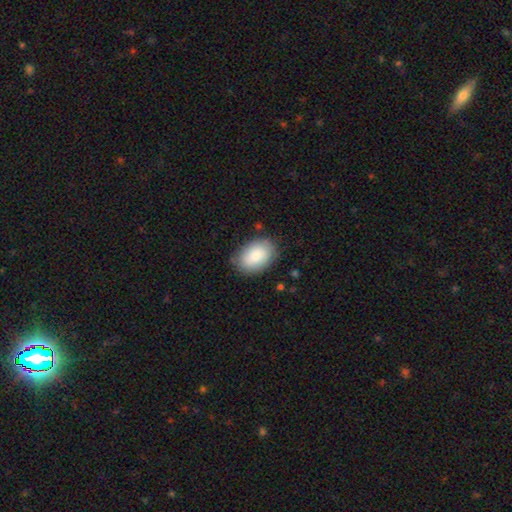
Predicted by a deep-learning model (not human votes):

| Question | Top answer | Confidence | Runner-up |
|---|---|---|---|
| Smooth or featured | smooth | 85% | featured or disk (9%) |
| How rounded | in between | 87% | round (12%) |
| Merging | none | 80% | minor disturbance (15%) |